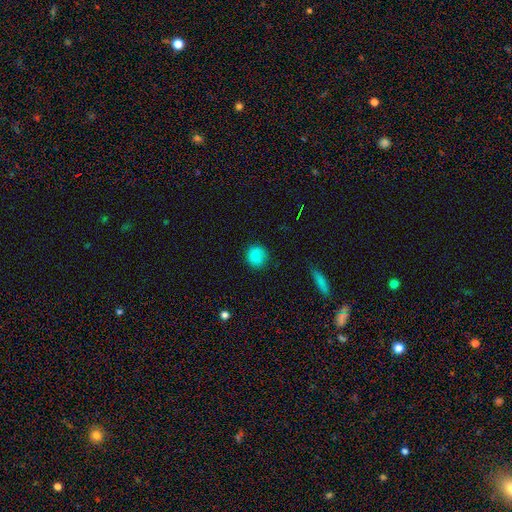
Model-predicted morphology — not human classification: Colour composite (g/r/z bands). It shows a smooth galaxy with no disk features (85%) that is round (90%). Merging: none (86%).